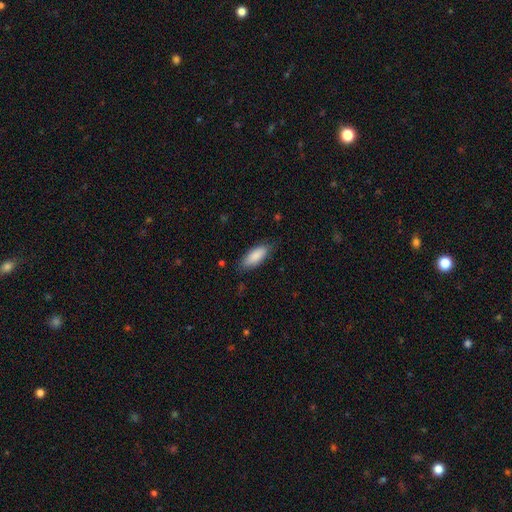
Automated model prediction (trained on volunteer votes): Smooth or featured: smooth — 87% (featured or disk — 7%)
How rounded: in between — 75% (cigar-shaped — 23%)
Merging: none — 80% (minor disturbance — 16%)